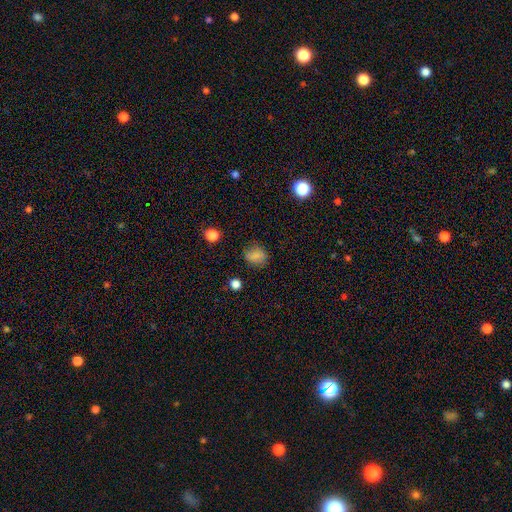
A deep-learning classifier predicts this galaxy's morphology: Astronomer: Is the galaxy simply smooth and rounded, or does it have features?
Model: smooth — 78%.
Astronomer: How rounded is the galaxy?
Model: round — 63%.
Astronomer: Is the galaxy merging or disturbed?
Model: none — 74%.